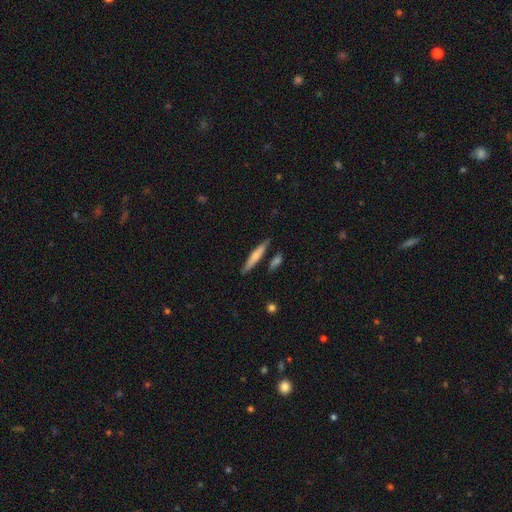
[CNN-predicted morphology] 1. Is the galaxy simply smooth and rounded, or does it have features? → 64% smooth, 30% featured or disk, 6% star or artifact.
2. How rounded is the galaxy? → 92% cigar-shaped, 7% in between, 2% round.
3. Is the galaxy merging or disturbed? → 81% none, 11% minor disturbance, 6% merger, 2% major disturbance.